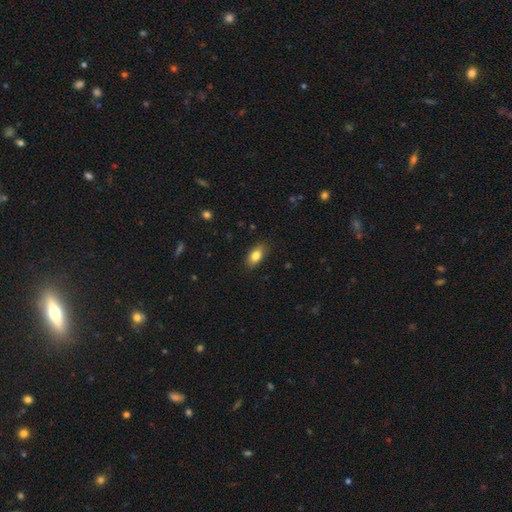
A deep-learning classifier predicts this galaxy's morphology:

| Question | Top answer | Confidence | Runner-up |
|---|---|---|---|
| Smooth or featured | smooth | 83% | featured or disk (10%) |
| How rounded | in between | 89% | round (6%) |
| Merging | none | 85% | minor disturbance (12%) |